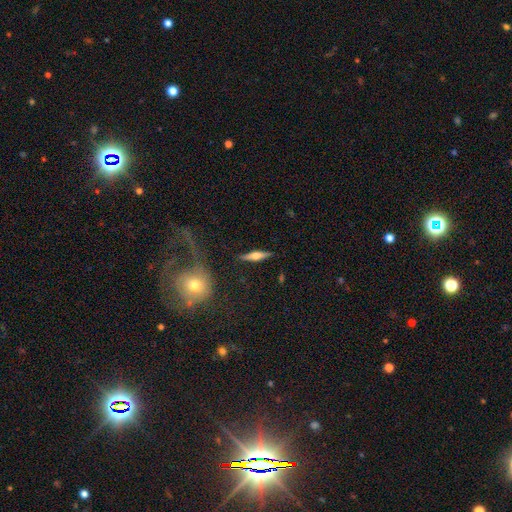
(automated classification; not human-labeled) featured or disk 58%, smooth 36%, star or artifact 7%. Down the decision tree: edge-on disk — yes (95%); edge-on bulge — rounded (89%); merging — none (88%).